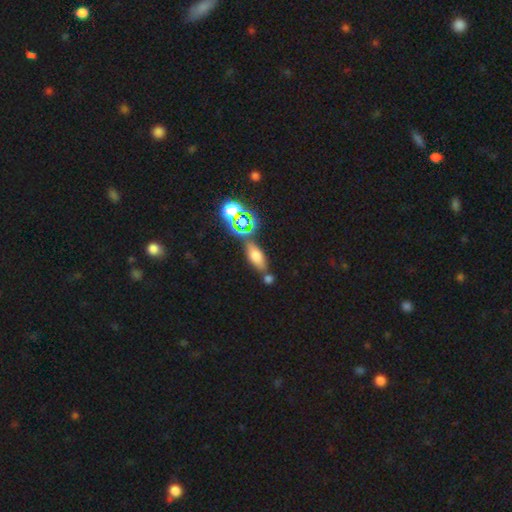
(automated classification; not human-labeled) Smooth or featured?
  - smooth: 59% *
  - star or artifact: 24%
  - featured or disk: 17%
How rounded?
  - in between: 71% *
  - cigar-shaped: 19%
  - round: 10%
Merging?
  - none: 66% *
  - merger: 16%
  - minor disturbance: 13%
  - major disturbance: 5%